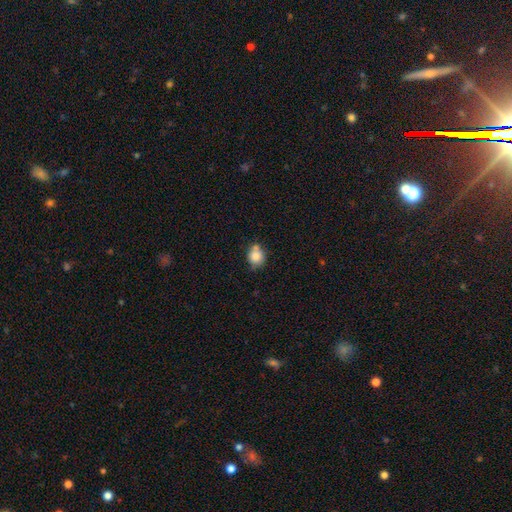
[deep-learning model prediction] This is clearly a smooth galaxy (83%). How rounded: likely round (75%). Merging: possibly none (57%).